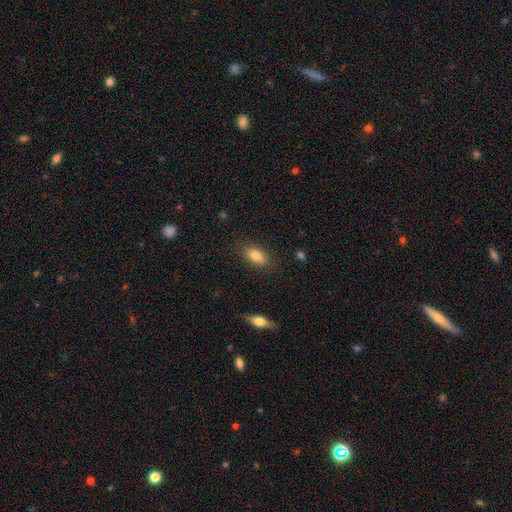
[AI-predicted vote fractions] A smooth galaxy with no disk features (80%) that is in between round and cigar-shaped (87%).

Vote fractions:
- Smooth or featured? smooth: 80% / featured or disk: 12% / star or artifact: 8%
- How rounded? in between: 87% / round: 8% / cigar-shaped: 5%
- Merging? none: 84% / minor disturbance: 12% / major disturbance: 3% / merger: 2%